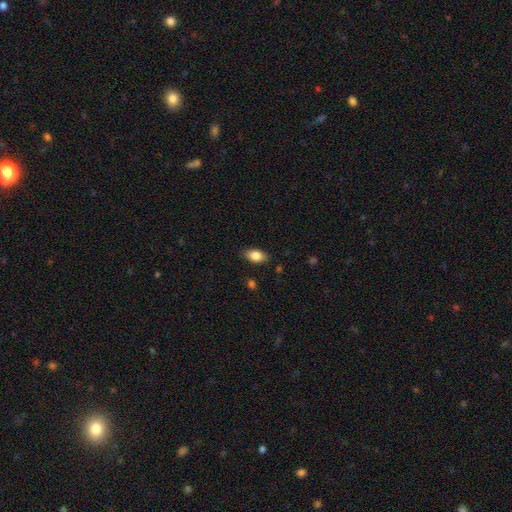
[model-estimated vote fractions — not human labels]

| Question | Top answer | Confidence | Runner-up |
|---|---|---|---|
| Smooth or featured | smooth | 84% | featured or disk (9%) |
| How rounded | in between | 90% | round (6%) |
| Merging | none | 85% | minor disturbance (11%) |